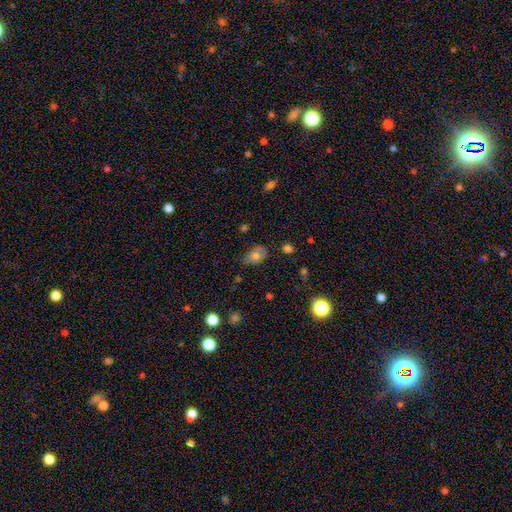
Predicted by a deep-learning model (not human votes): Smooth or featured? Predicted: smooth (p=0.66). How rounded? Predicted: in between (p=0.83). Merging? Predicted: none (p=0.57).